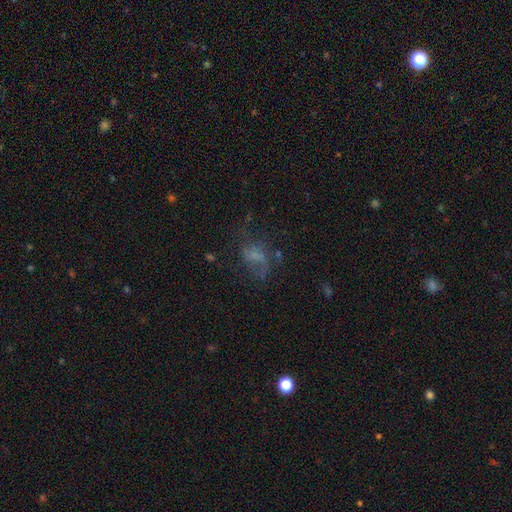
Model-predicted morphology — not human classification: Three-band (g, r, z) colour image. It shows a featured or disk galaxy (45%). Merging: none (39%).